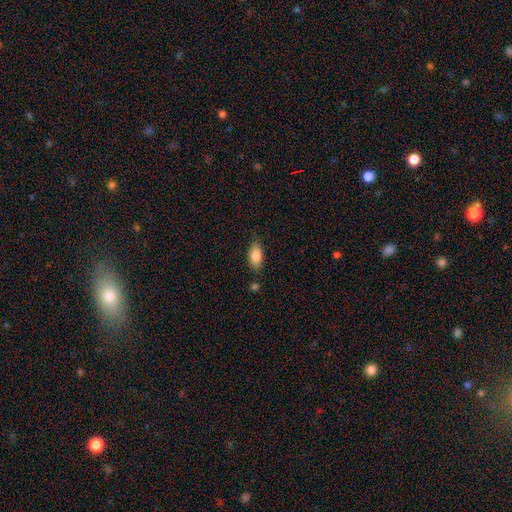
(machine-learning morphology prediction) Smooth or featured: smooth — 84% (featured or disk — 9%)
How rounded: in between — 88% (cigar-shaped — 9%)
Merging: none — 78% (minor disturbance — 15%)